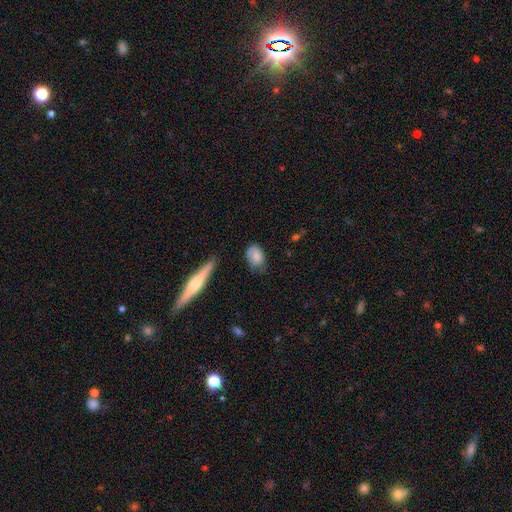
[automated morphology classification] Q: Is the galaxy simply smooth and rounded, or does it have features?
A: smooth — 74%.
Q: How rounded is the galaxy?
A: in between — 84%.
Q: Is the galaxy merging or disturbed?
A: none — 52%.